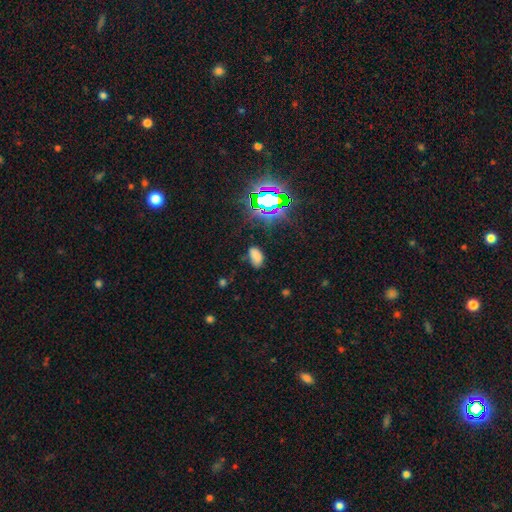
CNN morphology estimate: Smooth or featured?
  - smooth: 70% *
  - star or artifact: 23%
  - featured or disk: 7%
How rounded?
  - in between: 92% *
  - round: 6%
  - cigar-shaped: 2%
Merging?
  - none: 74% *
  - minor disturbance: 18%
  - major disturbance: 6%
  - merger: 2%